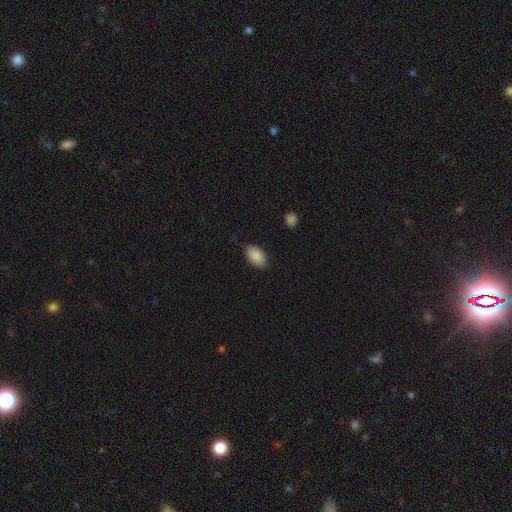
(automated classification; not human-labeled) smooth_or_featured: smooth (p=0.88) [alt: star or artifact p=0.07]
how_rounded: in between (p=0.94) [alt: round p=0.04]
merging: none (p=0.84) [alt: minor disturbance p=0.12]